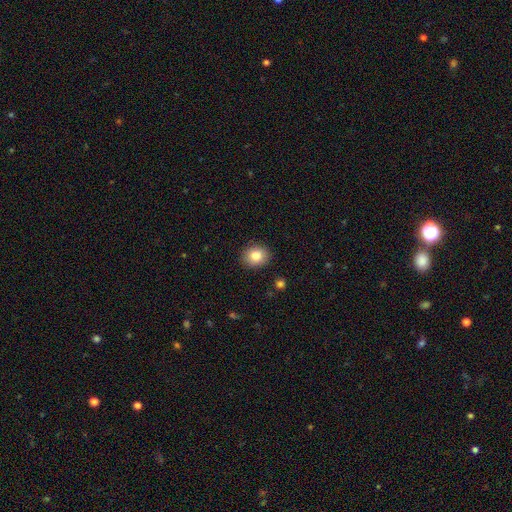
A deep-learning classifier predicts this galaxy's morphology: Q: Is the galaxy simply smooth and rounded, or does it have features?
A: smooth — 83%.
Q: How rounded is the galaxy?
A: round — 70%.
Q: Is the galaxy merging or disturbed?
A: none — 90%.